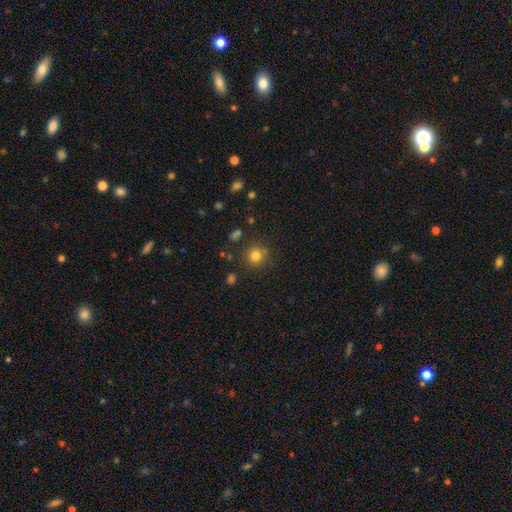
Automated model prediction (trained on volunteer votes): Q: Smooth or featured?
A: smooth (79%); runner-up: star or artifact (14%)
Q: How rounded?
A: round (88%); runner-up: in between (11%)
Q: Merging?
A: none (81%); runner-up: minor disturbance (11%)